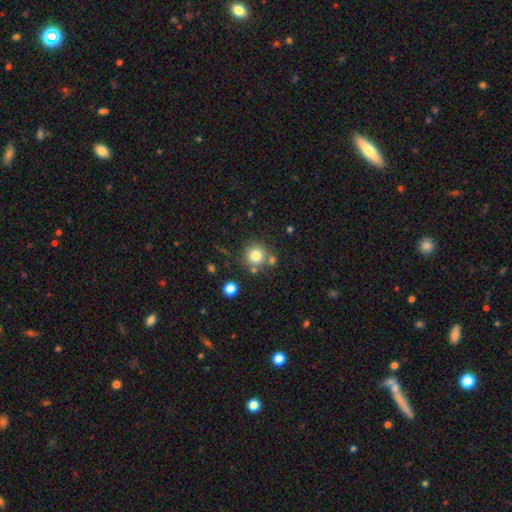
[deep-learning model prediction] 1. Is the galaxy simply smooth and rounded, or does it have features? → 79% smooth, 12% star or artifact, 9% featured or disk.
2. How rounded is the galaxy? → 94% round, 5% in between, 1% cigar-shaped.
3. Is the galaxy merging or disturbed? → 77% none, 12% merger, 9% minor disturbance, 3% major disturbance.